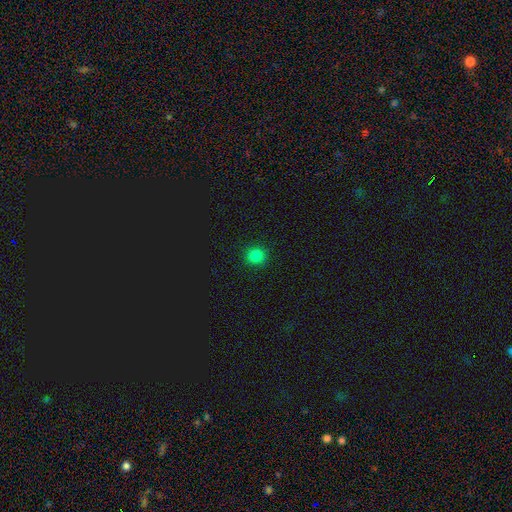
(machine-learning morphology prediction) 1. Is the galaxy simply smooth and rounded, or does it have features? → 83% smooth, 15% star or artifact, 3% featured or disk.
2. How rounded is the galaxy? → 91% round, 8% in between, 1% cigar-shaped.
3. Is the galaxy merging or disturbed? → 91% none, 6% minor disturbance, 2% major disturbance, 1% merger.